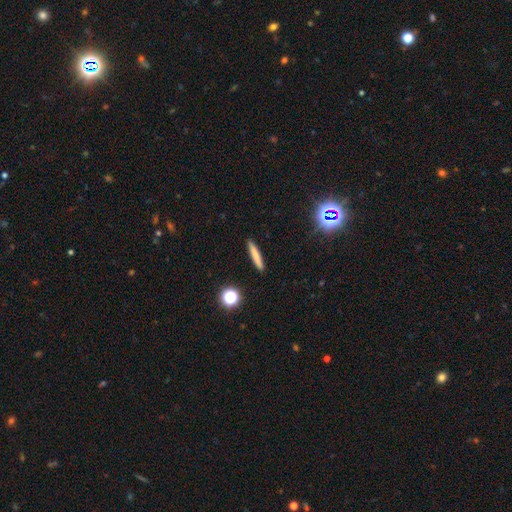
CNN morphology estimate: Smooth or featured: smooth — 74% (featured or disk — 16%)
How rounded: cigar-shaped — 93% (in between — 5%)
Merging: none — 91% (minor disturbance — 6%)